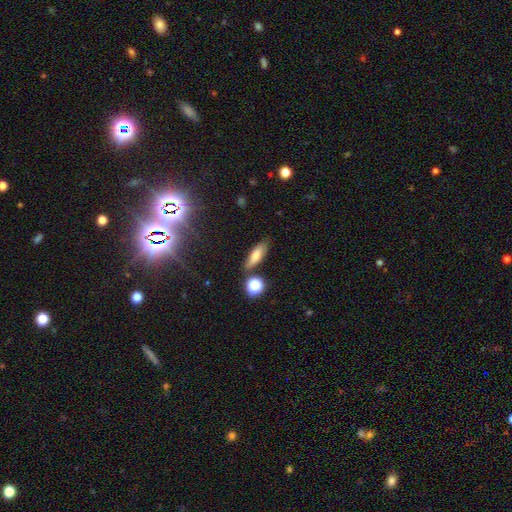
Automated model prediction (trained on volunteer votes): The model was most divided on "how rounded": in between: 54%, cigar-shaped: 40%, round: 6%. More confident: merging — none (77%); smooth or featured — smooth (74%).